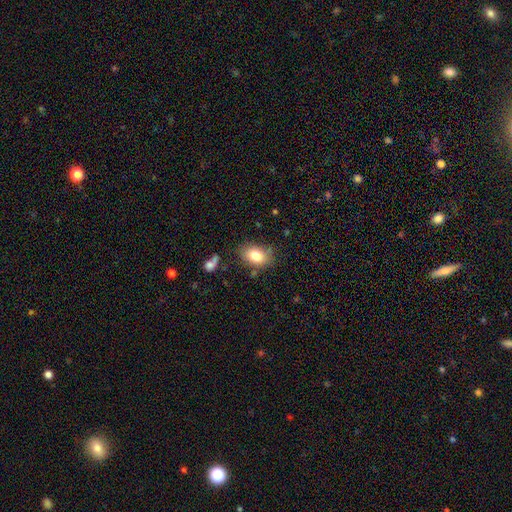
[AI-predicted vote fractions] smooth_or_featured: smooth (p=0.81) [alt: featured or disk p=0.11]
how_rounded: in between (p=0.84) [alt: round p=0.15]
merging: none (p=0.76) [alt: minor disturbance p=0.16]